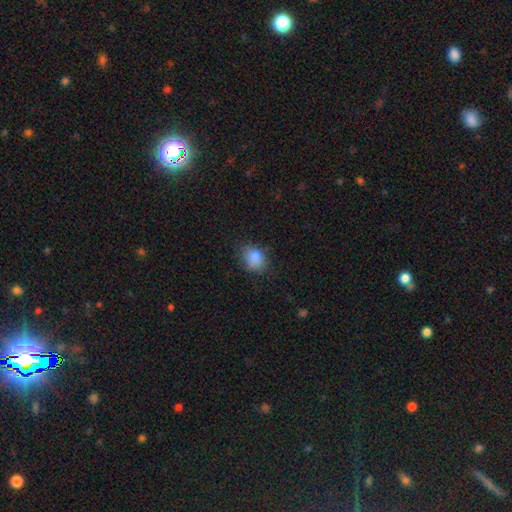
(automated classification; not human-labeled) Overall: smooth (82%). How rounded: in between (53%; round 46%). Merging: none (67%).